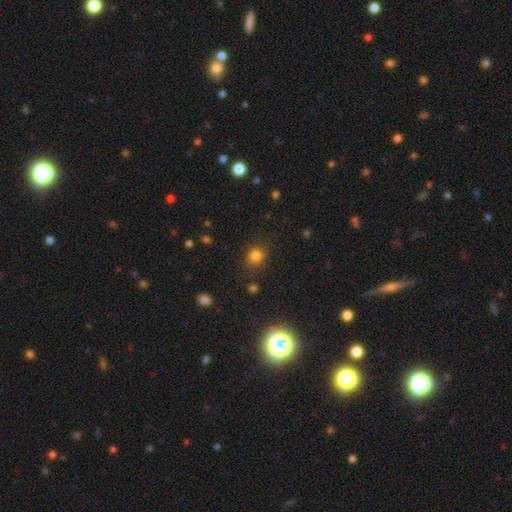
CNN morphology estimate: smooth-or-featured: smooth: 80% | star or artifact: 15% | featured or disk: 5%
  how-rounded: round: 85% | in between: 14% | cigar-shaped: 1%
  merging: none: 87% | minor disturbance: 8% | major disturbance: 3% | merger: 2%